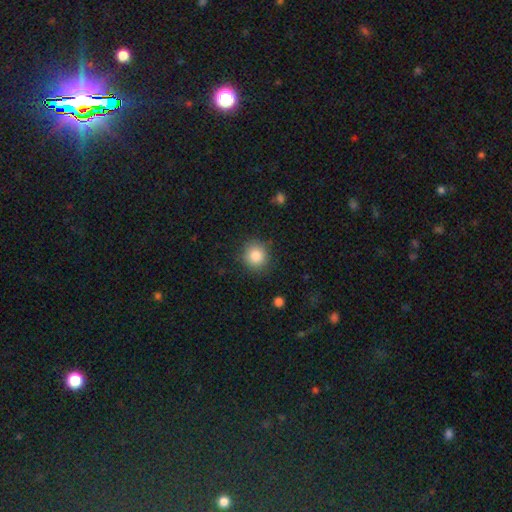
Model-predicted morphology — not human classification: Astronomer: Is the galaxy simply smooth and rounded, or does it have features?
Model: smooth — 84%.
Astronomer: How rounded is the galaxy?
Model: round — 90%.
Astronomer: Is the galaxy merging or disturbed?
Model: none — 86%.